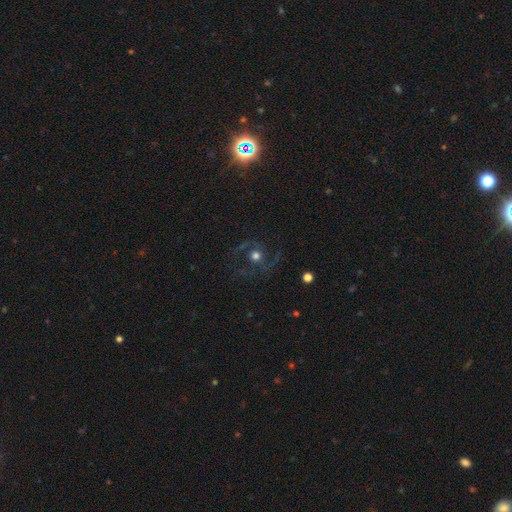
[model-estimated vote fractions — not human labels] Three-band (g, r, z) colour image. It shows a featured or disk galaxy (68%) with no bar (78%), 2 (73%) medium (50%) spiral arms (86%) and a moderate central bulge (64%). Merging: none (69%).